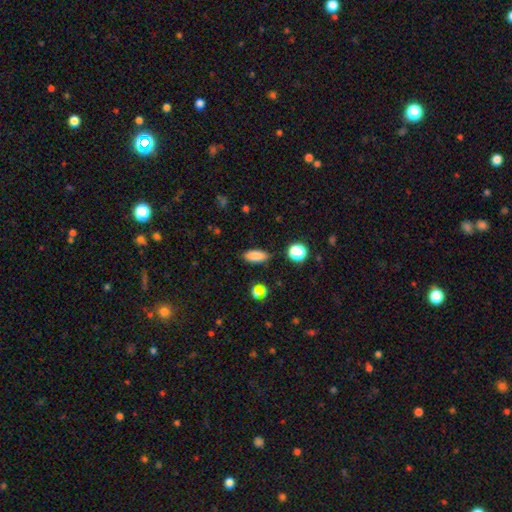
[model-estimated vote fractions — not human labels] Smooth or featured?
  - smooth: 83% *
  - star or artifact: 11%
  - featured or disk: 6%
How rounded?
  - in between: 81% *
  - cigar-shaped: 14%
  - round: 5%
Merging?
  - none: 85% *
  - minor disturbance: 10%
  - major disturbance: 3%
  - merger: 2%